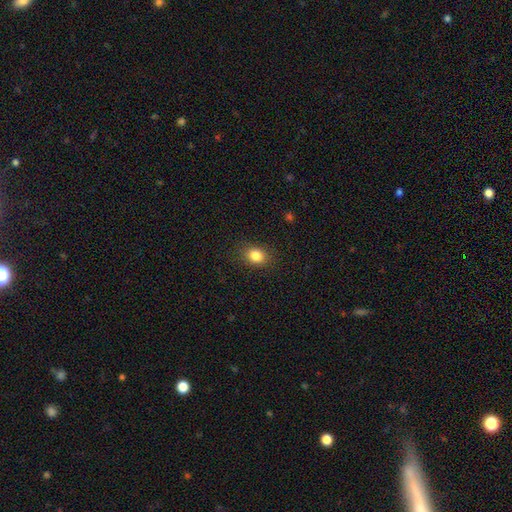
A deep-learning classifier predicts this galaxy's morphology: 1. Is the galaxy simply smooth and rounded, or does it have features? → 84% smooth, 10% star or artifact, 6% featured or disk.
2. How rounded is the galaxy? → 53% in between, 46% round, 1% cigar-shaped.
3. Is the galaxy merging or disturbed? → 86% none, 10% minor disturbance, 3% major disturbance, 1% merger.